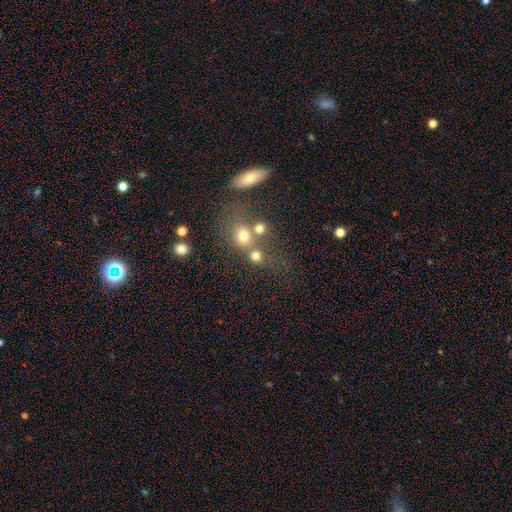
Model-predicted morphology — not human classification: smooth 70%, star or artifact 18%, featured or disk 12%. Down the decision tree: how rounded — round (83%); merging — none (47%).